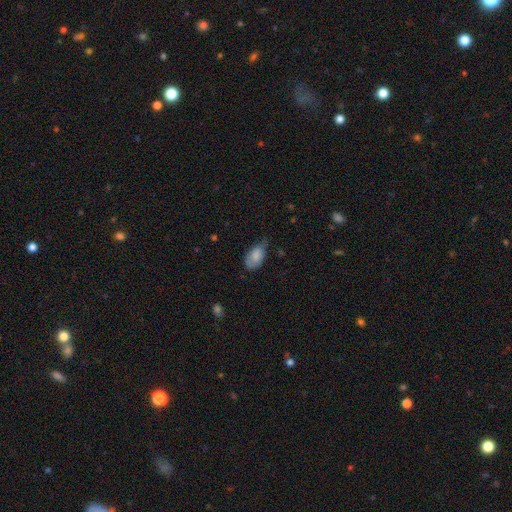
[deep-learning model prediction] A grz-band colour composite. It shows a smooth galaxy with no disk features (79%) that is in between round and cigar-shaped (92%). Merging: minor disturbance (44%).